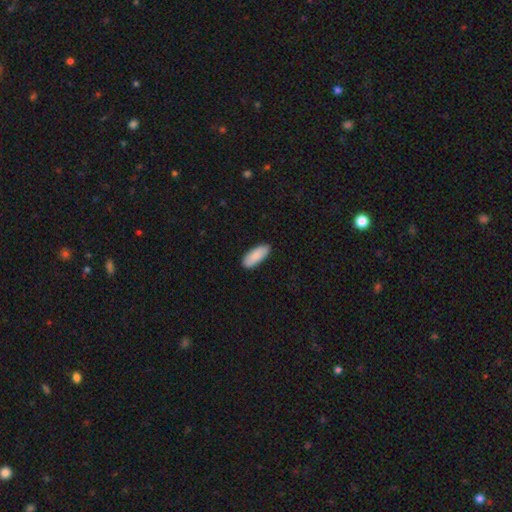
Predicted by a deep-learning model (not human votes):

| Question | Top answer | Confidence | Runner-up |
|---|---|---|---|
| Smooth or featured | smooth | 88% | featured or disk (7%) |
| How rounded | in between | 79% | cigar-shaped (20%) |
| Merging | none | 85% | minor disturbance (12%) |